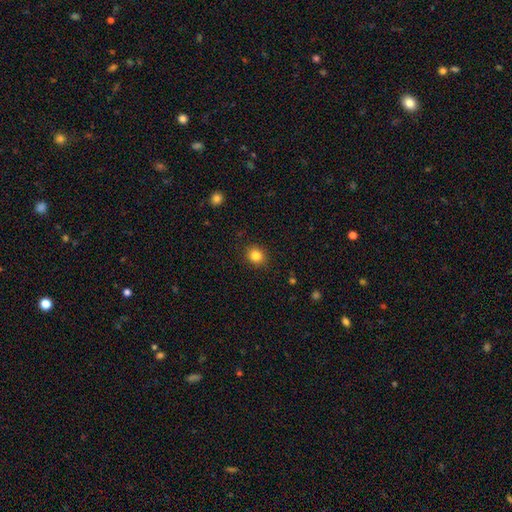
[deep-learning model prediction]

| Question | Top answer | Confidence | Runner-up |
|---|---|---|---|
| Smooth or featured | smooth | 84% | star or artifact (11%) |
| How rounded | round | 77% | in between (22%) |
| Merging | none | 89% | minor disturbance (7%) |